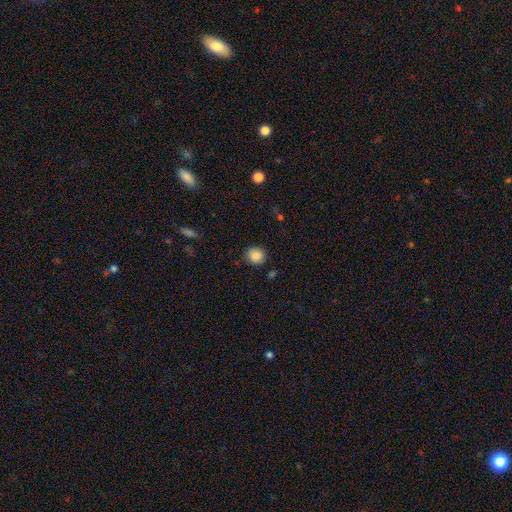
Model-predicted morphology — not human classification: The model was most divided on "how rounded": round: 79%, in between: 20%, cigar-shaped: 1%. More confident: smooth or featured — smooth (87%); merging — none (85%).